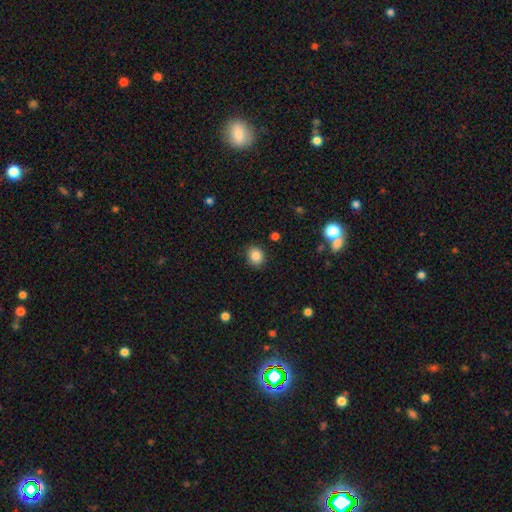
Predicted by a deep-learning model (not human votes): A smooth galaxy with no disk features (85%) that is round (70%). Merging: none (88%).